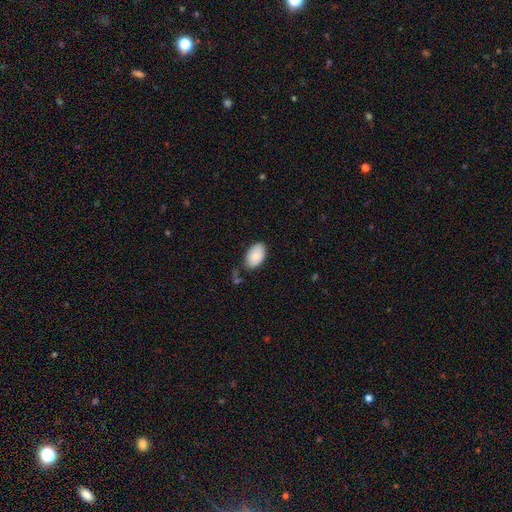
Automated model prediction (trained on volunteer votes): Overall: smooth (88%). How rounded: in between (94%). Merging: none (76%).